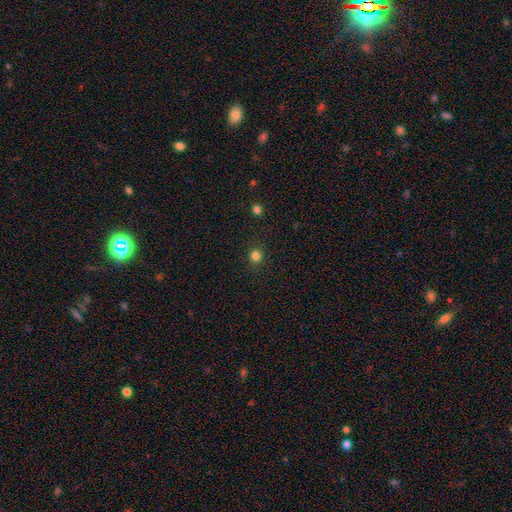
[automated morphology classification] smooth-or-featured: smooth: 81% | star or artifact: 15% | featured or disk: 4%
  how-rounded: round: 88% | in between: 11% | cigar-shaped: 1%
  merging: none: 89% | minor disturbance: 7% | major disturbance: 2% | merger: 2%